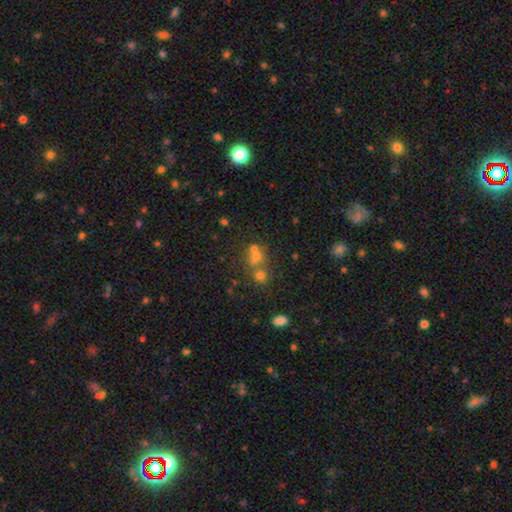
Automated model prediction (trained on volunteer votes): Morphology: type=smooth (49%); merging=merger (45%).